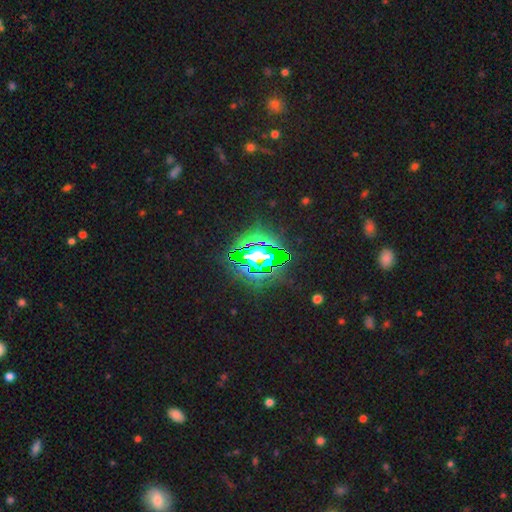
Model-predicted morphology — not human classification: smooth_or_featured: star or artifact (p=0.77) [alt: featured or disk p=0.12]